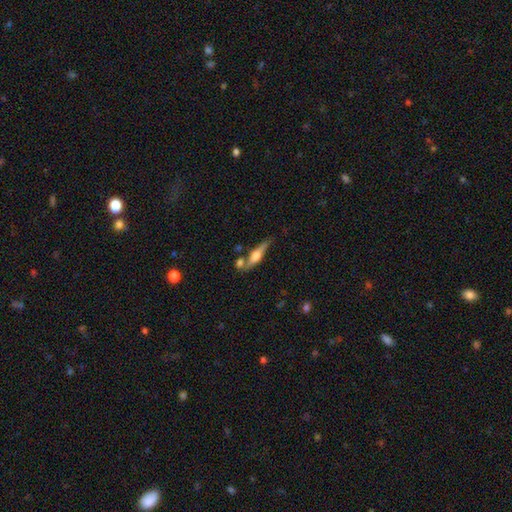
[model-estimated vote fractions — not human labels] This is likely a featured or disk galaxy (64%). It is clearly viewed edge-on (95%). Edge-on bulge: clearly rounded (90%). Merging: likely none (67%).